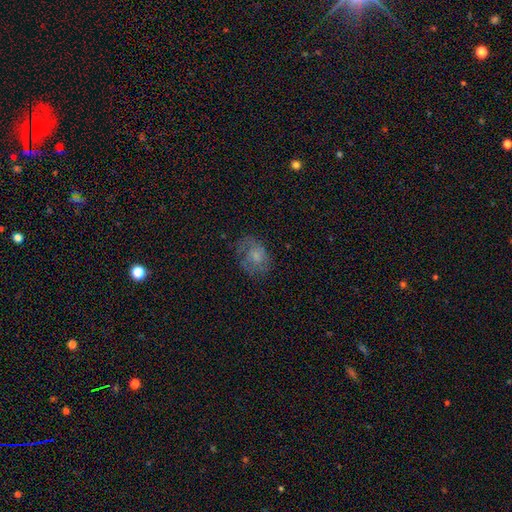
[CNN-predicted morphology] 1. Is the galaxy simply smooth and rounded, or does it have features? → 50% smooth, 39% featured or disk, 11% star or artifact.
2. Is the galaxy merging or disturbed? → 58% none, 23% minor disturbance, 17% major disturbance, 2% merger.